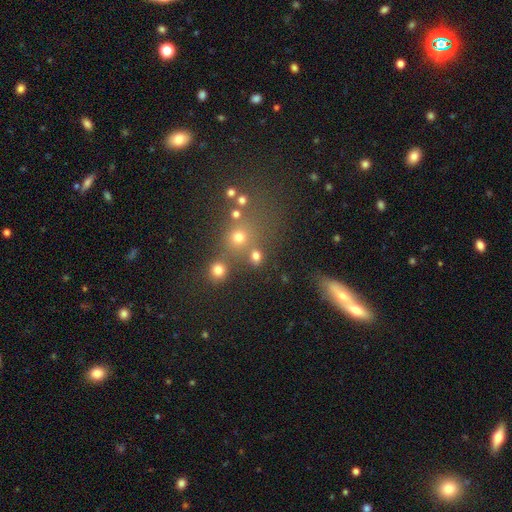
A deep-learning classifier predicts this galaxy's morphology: This is likely a smooth galaxy (74%). How rounded: likely round (72%). Merging: likely none (67%).